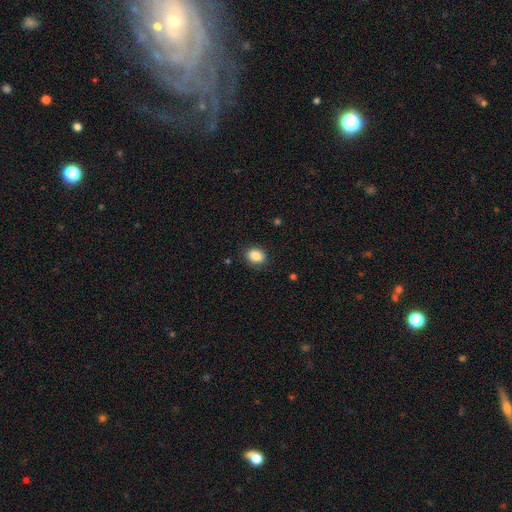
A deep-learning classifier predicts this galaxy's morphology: Smooth or featured?
  - smooth: 85% *
  - star or artifact: 9%
  - featured or disk: 6%
How rounded?
  - round: 55% *
  - in between: 44%
  - cigar-shaped: 1%
Merging?
  - none: 85% *
  - minor disturbance: 11%
  - major disturbance: 3%
  - merger: 1%